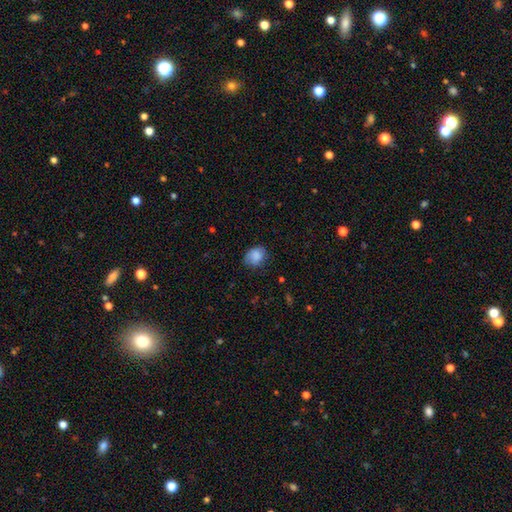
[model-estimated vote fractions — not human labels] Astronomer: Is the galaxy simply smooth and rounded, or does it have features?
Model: smooth — 80%.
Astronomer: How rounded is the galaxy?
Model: round — 54% (runner-up: in between, 45%).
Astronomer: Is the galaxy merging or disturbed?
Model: none — 65%.